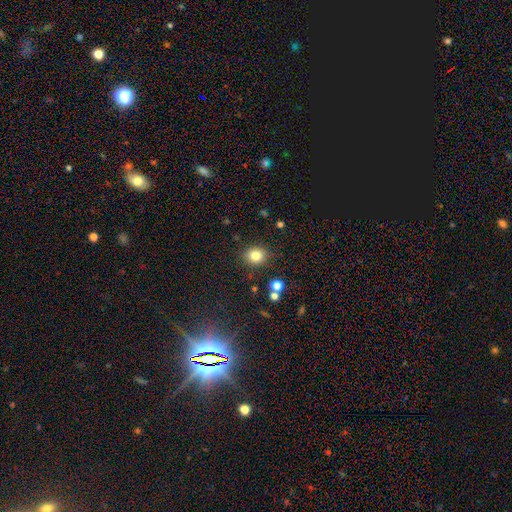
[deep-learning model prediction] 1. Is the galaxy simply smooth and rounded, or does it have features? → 82% smooth, 12% star or artifact, 7% featured or disk.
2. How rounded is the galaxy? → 72% round, 27% in between, 1% cigar-shaped.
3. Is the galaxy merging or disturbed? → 86% none, 9% minor disturbance, 3% major disturbance, 3% merger.